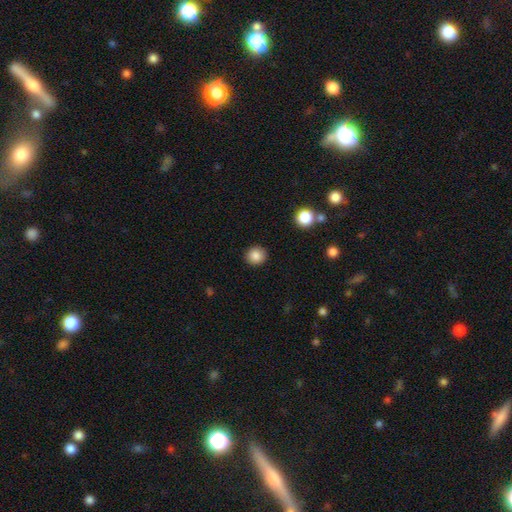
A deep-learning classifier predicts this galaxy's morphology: smooth_or_featured: smooth (p=0.86) [alt: star or artifact p=0.10]
how_rounded: round (p=0.90) [alt: in between p=0.09]
merging: none (p=0.91) [alt: minor disturbance p=0.06]